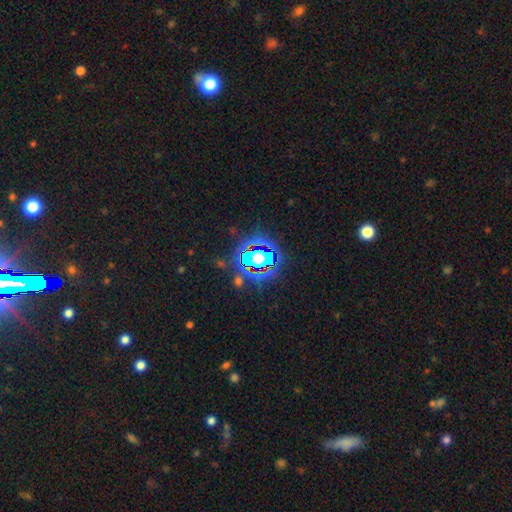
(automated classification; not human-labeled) This appears to be a star or artifact, not a galaxy (80%).